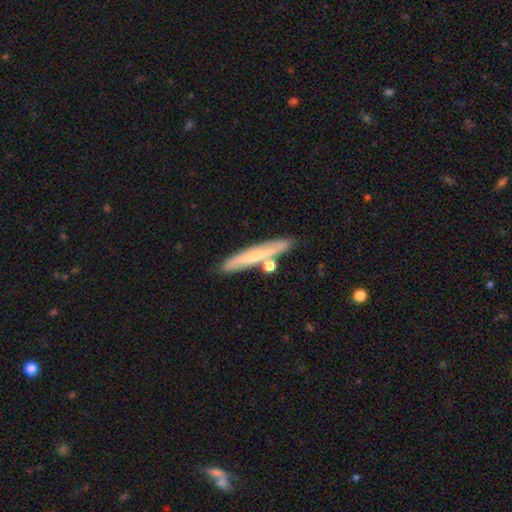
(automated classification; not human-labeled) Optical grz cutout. It shows a smooth galaxy with no disk features (51%) that is cigar-shaped (90%). Merging: none (75%).